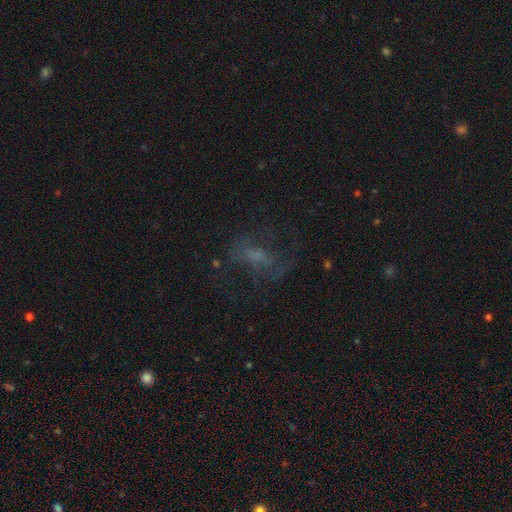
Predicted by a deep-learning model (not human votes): The model was most divided on "smooth or featured": featured or disk: 47%, smooth: 30%, star or artifact: 23%. More confident: merging — none (51%).